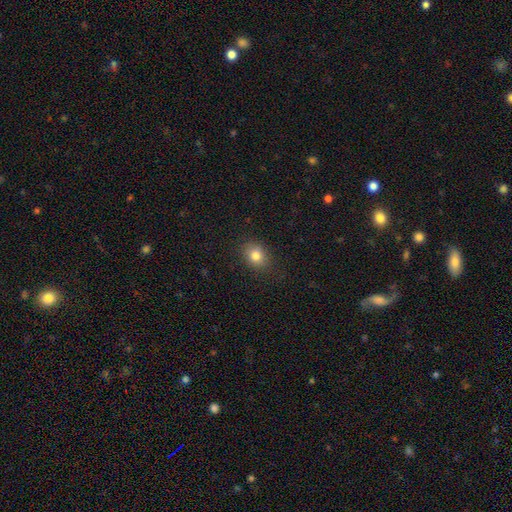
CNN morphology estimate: A smooth galaxy with no disk features (81%) that is in between round and cigar-shaped (49%, tied with round).

Vote fractions:
- Smooth or featured? smooth: 81% / star or artifact: 11% / featured or disk: 8%
- How rounded? in between: 49% (tied) / round: 49% (tied) / cigar-shaped: 1%
- Merging? none: 85% / minor disturbance: 11% / major disturbance: 3% / merger: 1%